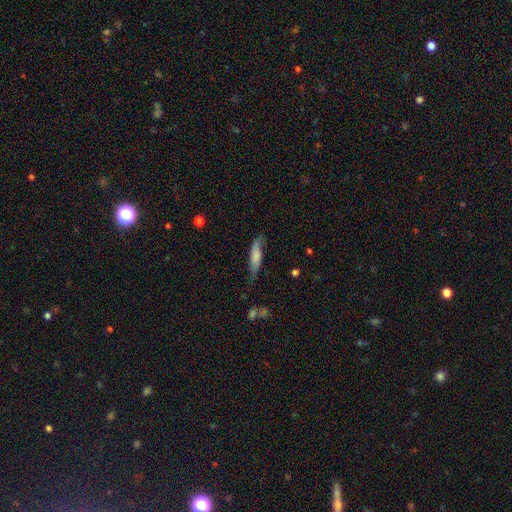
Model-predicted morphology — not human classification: Smooth or featured: smooth — 63% (featured or disk — 31%)
How rounded: cigar-shaped — 64% (in between — 34%)
Merging: none — 57% (minor disturbance — 31%)